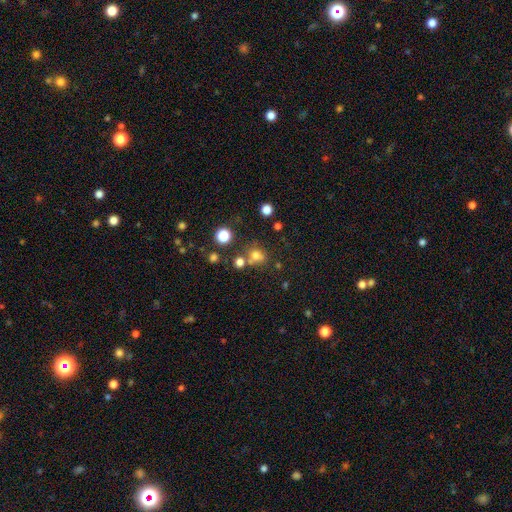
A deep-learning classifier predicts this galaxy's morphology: This appears to be a smooth galaxy with no disk features (69%) that is round (72%). Merging: none (58%).